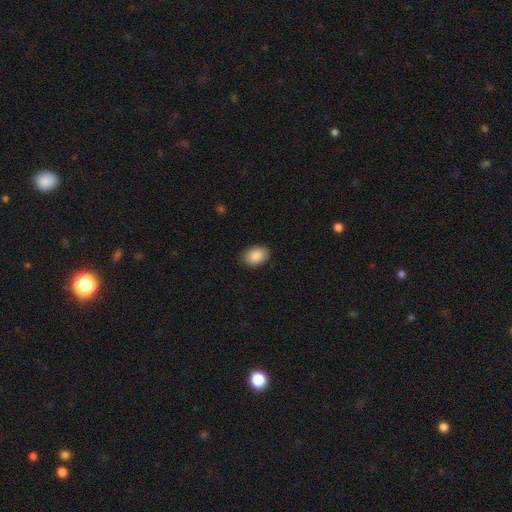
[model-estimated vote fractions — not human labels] smooth 89%, star or artifact 7%, featured or disk 4%. Down the decision tree: how rounded — in between (83%); merging — none (87%).